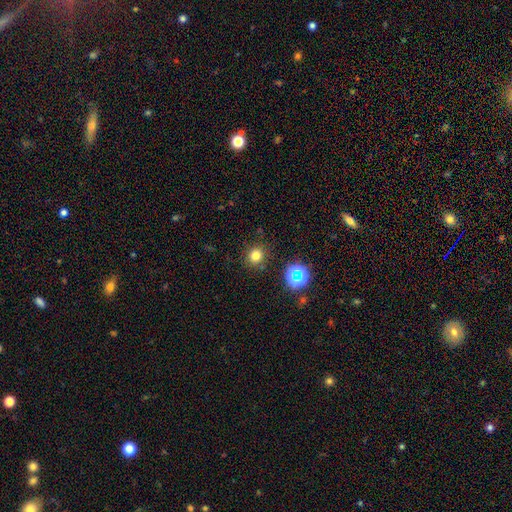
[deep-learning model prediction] smooth_or_featured: smooth (p=0.75) [alt: star or artifact p=0.19]
how_rounded: round (p=0.86) [alt: in between p=0.13]
merging: none (p=0.87) [alt: minor disturbance p=0.08]